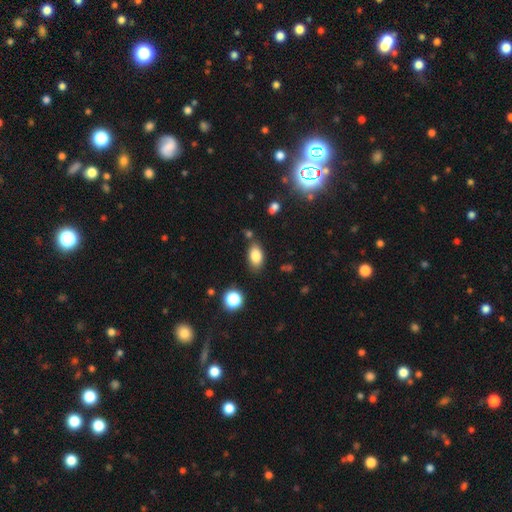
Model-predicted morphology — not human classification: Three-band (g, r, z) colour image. It shows a smooth galaxy with no disk features (84%) that is in between round and cigar-shaped (90%). Merging: none (78%).